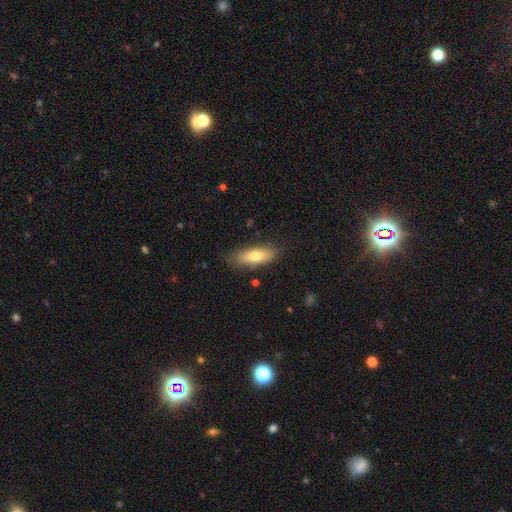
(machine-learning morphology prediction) Smooth or featured? Predicted: smooth (p=0.72). How rounded? Predicted: in between (p=0.60). Merging? Predicted: none (p=0.82).